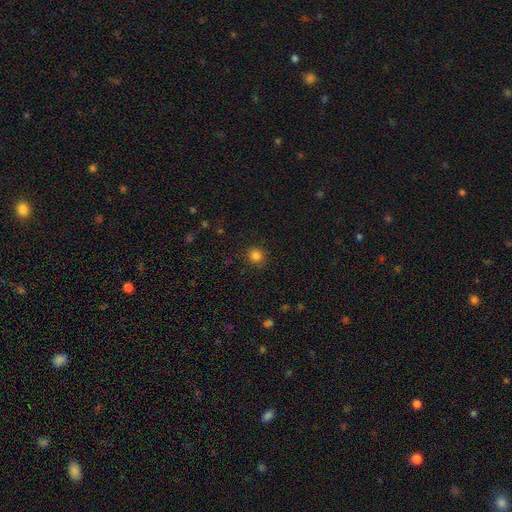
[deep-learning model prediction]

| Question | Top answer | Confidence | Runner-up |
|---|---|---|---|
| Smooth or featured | smooth | 82% | star or artifact (13%) |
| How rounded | round | 90% | in between (9%) |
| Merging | none | 87% | minor disturbance (9%) |